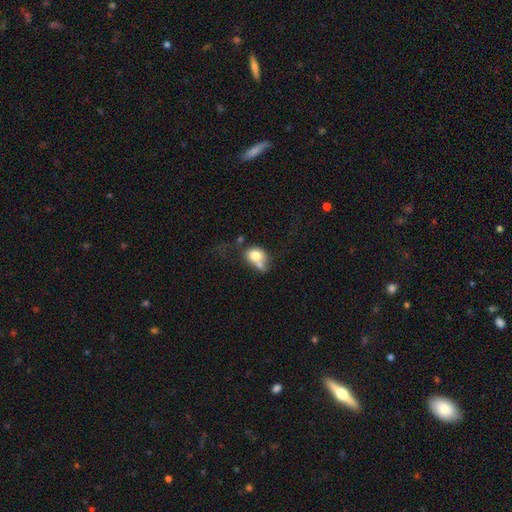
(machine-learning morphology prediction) Smooth or featured: smooth — 73% (featured or disk — 18%)
How rounded: in between — 54% (round — 45%)
Merging: merger — 44% (none — 28%)